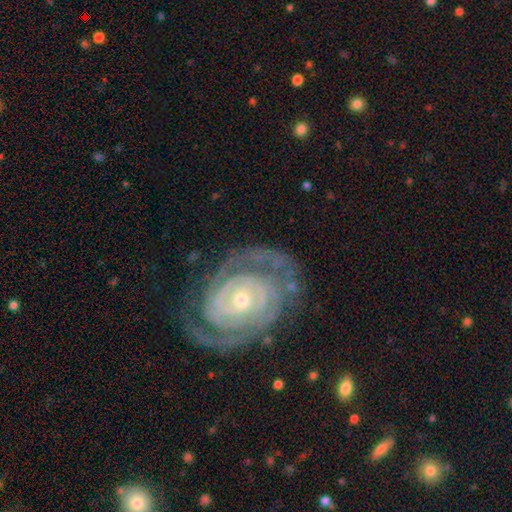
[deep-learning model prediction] featured or disk 91%, star or artifact 5%, smooth 4%. Down the decision tree: edge-on disk — no (97%); bar — no (64%); spiral arms — yes (97%); spiral arm count — 2 (63%); spiral winding — tight (78%); bulge size — small (61%); merging — none (75%).